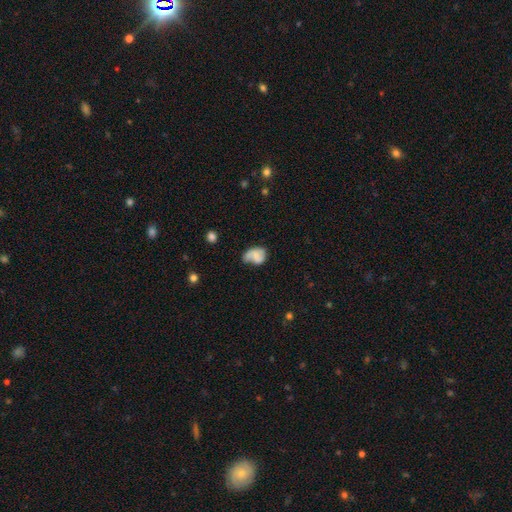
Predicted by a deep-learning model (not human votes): smooth-or-featured: smooth: 48% | featured or disk: 43% | star or artifact: 9%
  merging: none: 38% | minor disturbance: 34% | major disturbance: 22% | merger: 6%